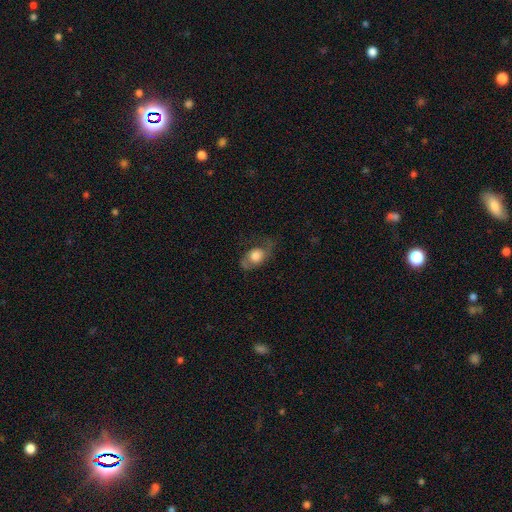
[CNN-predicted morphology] smooth_or_featured: smooth (p=0.53) [alt: featured or disk p=0.40]
how_rounded: in between (p=0.67) [alt: round p=0.30]
merging: none (p=0.51) [alt: minor disturbance p=0.24]